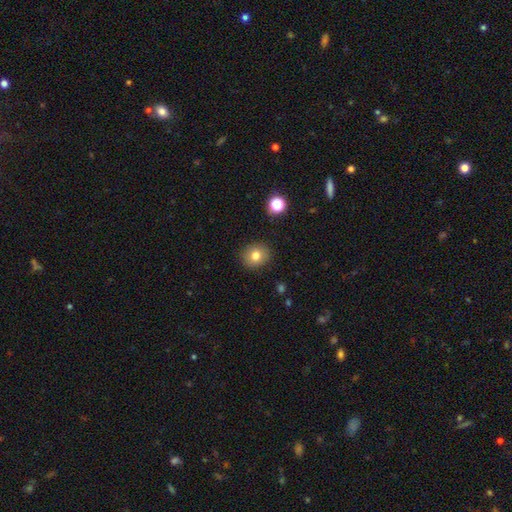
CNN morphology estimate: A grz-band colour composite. It shows a smooth galaxy with no disk features (79%) that is round (77%). Merging: none (89%).